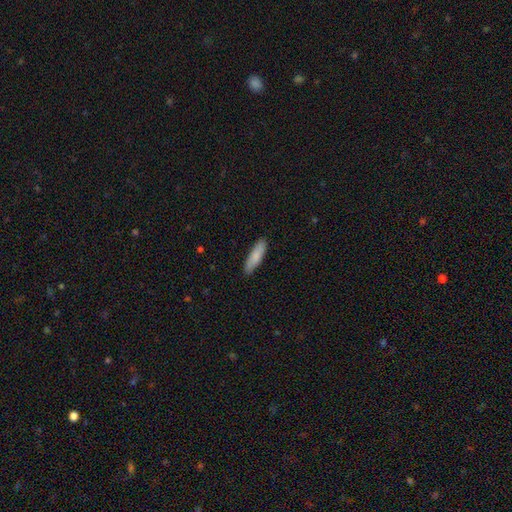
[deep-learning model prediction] This appears to be a smooth galaxy with no disk features (83%) that is cigar-shaped (64%). Merging: none (88%).